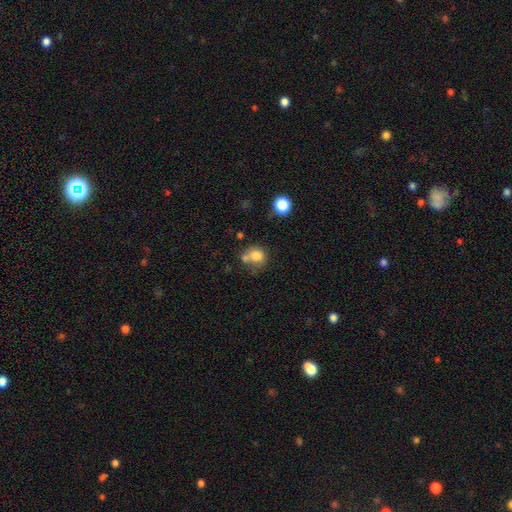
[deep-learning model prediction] Q: Smooth or featured?
A: smooth (78%); runner-up: star or artifact (12%)
Q: How rounded?
A: round (72%); runner-up: in between (27%)
Q: Merging?
A: none (44%); runner-up: merger (33%)